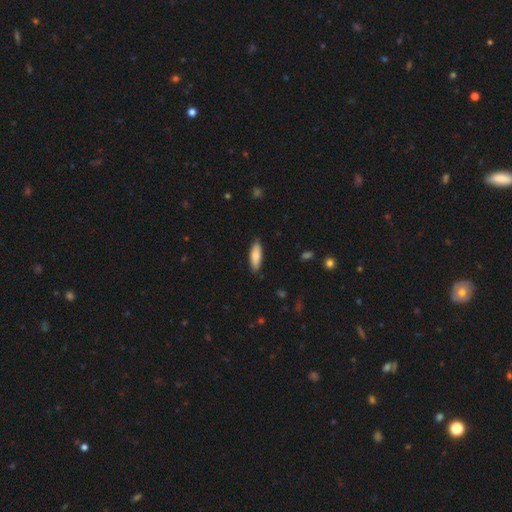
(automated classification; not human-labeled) Overall: smooth (77%). How rounded: in between (56%; cigar-shaped 42%). Merging: none (86%).